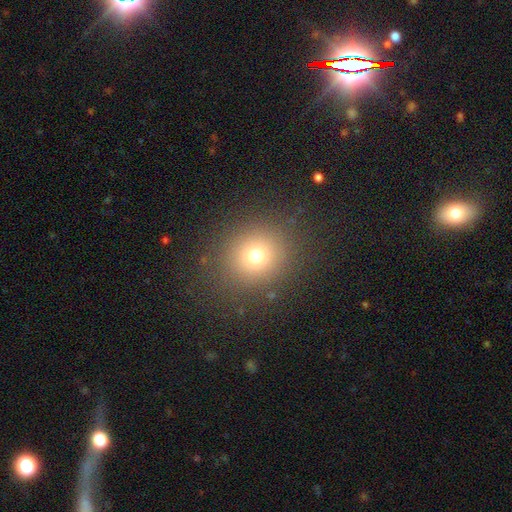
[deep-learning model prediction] Overall: smooth (71%). How rounded: round (84%). Merging: none (87%).